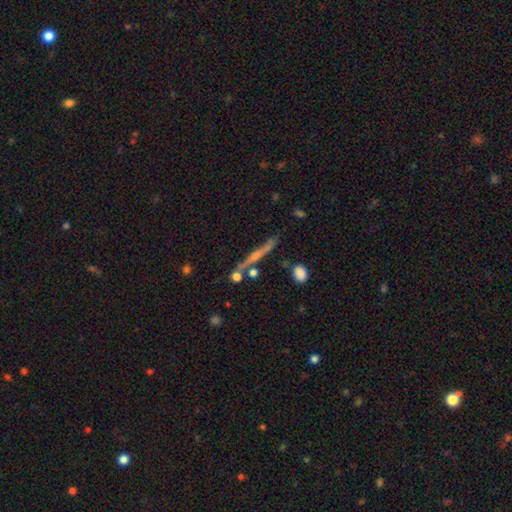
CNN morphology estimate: The model was most divided on "edge-on bulge": rounded: 58%, none: 33%, boxy: 8%. More confident: edge-on disk — yes (94%); merging — none (77%); smooth or featured — featured or disk (64%).